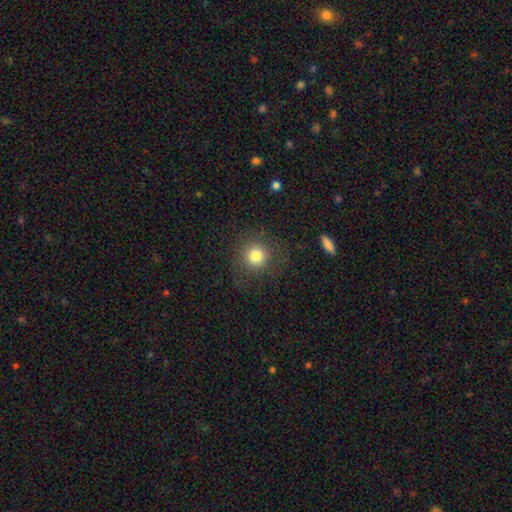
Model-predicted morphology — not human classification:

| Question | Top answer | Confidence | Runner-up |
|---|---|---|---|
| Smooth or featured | smooth | 81% | star or artifact (11%) |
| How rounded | round | 91% | in between (8%) |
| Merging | none | 83% | minor disturbance (10%) |